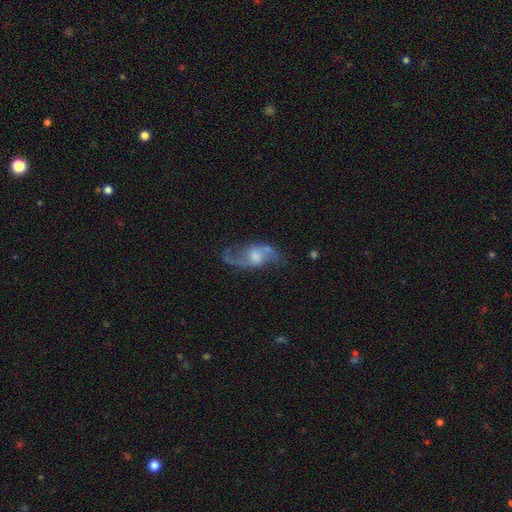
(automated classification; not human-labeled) This is clearly a featured or disk galaxy (83%). It is clearly not viewed edge-on (93%). Bar: possibly weak (47%). Spiral arm pattern: clearly yes (94%). Spiral arm count: clearly 2 (91%). Spiral winding: likely loose (68%). Central bulge: marginally moderate (44%). Merging: likely none (70%).